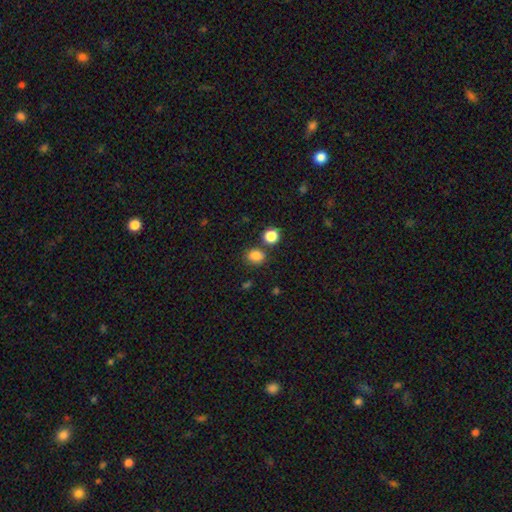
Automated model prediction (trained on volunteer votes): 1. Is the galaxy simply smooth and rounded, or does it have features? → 84% smooth, 12% star or artifact, 4% featured or disk.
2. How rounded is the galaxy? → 60% round, 40% in between, 1% cigar-shaped.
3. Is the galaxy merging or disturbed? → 75% none, 11% merger, 11% minor disturbance, 3% major disturbance.